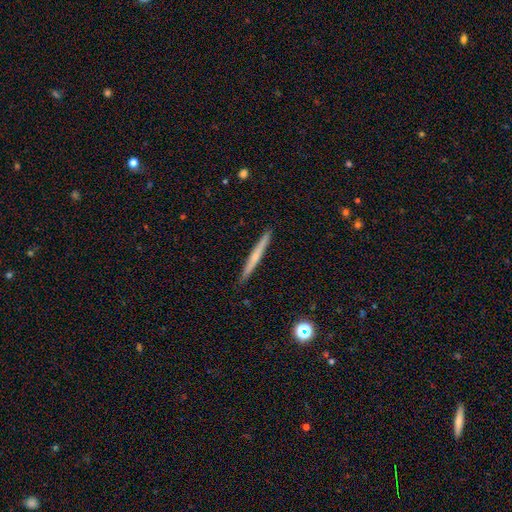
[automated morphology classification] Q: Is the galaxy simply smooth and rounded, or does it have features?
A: featured or disk — 54%.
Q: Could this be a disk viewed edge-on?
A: yes — 97%.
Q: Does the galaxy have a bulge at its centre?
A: none — 50%.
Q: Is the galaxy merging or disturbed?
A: none — 91%.